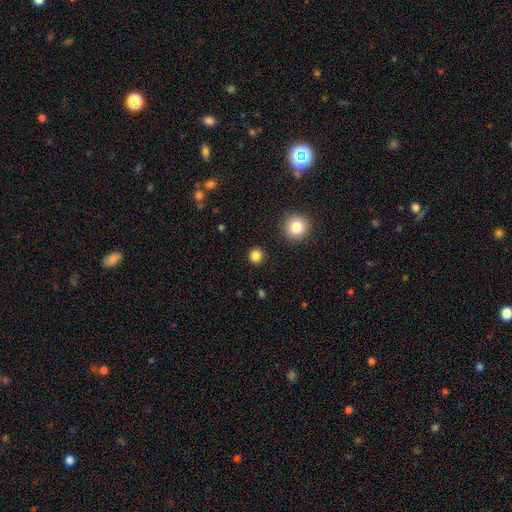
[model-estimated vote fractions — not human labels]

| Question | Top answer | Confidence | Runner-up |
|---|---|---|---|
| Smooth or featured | smooth | 83% | star or artifact (13%) |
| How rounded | round | 91% | in between (8%) |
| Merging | none | 91% | minor disturbance (5%) |